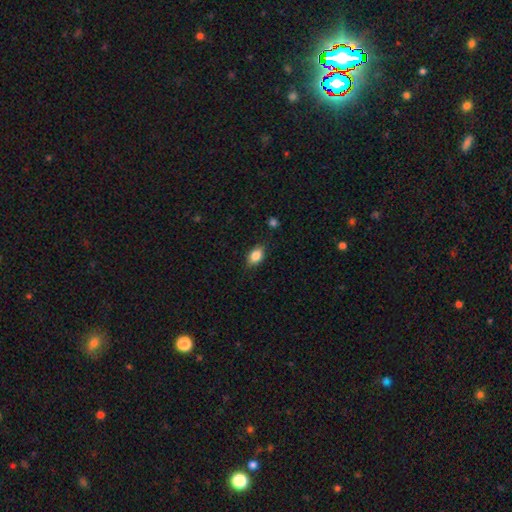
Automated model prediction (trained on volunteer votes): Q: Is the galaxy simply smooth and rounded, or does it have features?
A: smooth — 83%.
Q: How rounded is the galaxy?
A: in between — 83%.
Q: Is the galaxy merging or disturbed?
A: none — 83%.